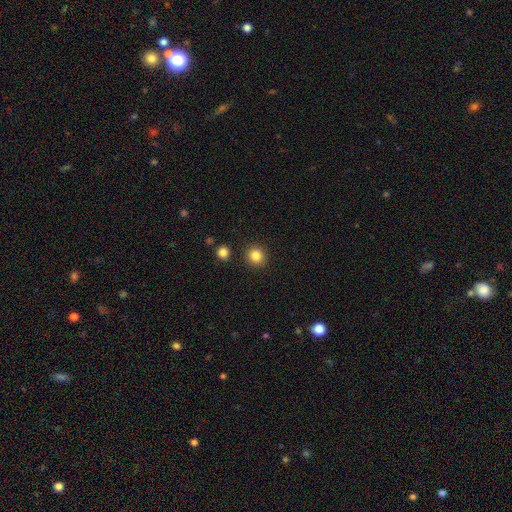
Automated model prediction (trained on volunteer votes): A smooth galaxy with no disk features (84%) that is round (90%).

Vote fractions:
- Smooth or featured? smooth: 84% / star or artifact: 11% / featured or disk: 5%
- How rounded? round: 90% / in between: 9% / cigar-shaped: 1%
- Merging? none: 90% / minor disturbance: 6% / merger: 2% / major disturbance: 2%